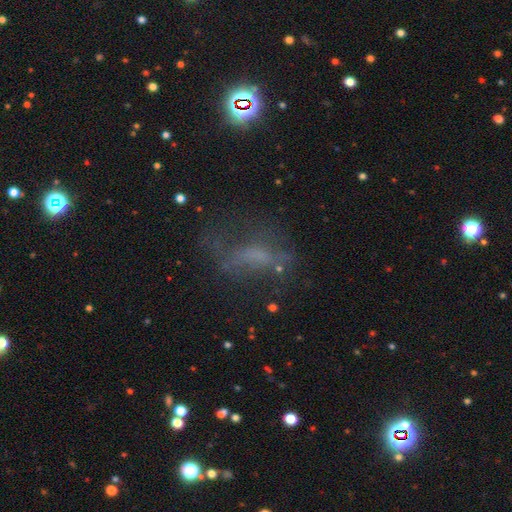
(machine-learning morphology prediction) A featured or disk galaxy (37%).

Vote fractions:
- Smooth or featured? featured or disk: 37% / smooth: 34% / star or artifact: 29%
- Merging? none: 45% / major disturbance: 29% / minor disturbance: 21% / merger: 4%